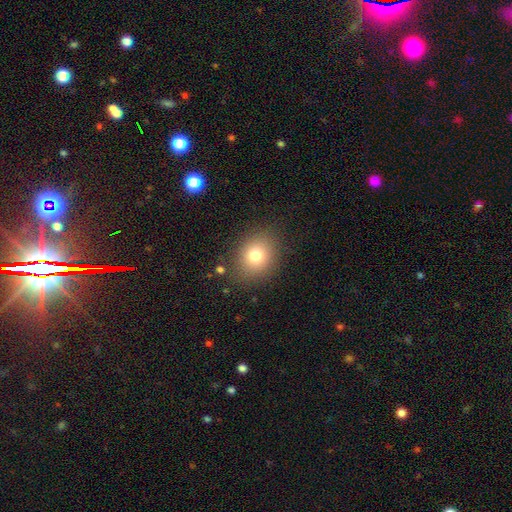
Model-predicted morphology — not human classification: A smooth galaxy with no disk features (77%) that is round (53%).

Vote fractions:
- Smooth or featured? smooth: 77% / star or artifact: 12% / featured or disk: 11%
- How rounded? round: 53% / in between: 46% / cigar-shaped: 1%
- Merging? none: 84% / minor disturbance: 11% / major disturbance: 4% / merger: 2%